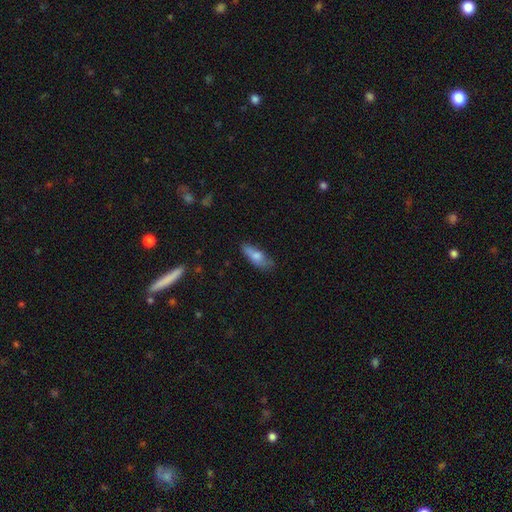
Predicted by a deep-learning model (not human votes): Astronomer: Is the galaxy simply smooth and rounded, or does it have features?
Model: smooth — 72%.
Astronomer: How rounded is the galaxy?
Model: in between — 64%.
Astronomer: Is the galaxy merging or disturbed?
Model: none — 59%.